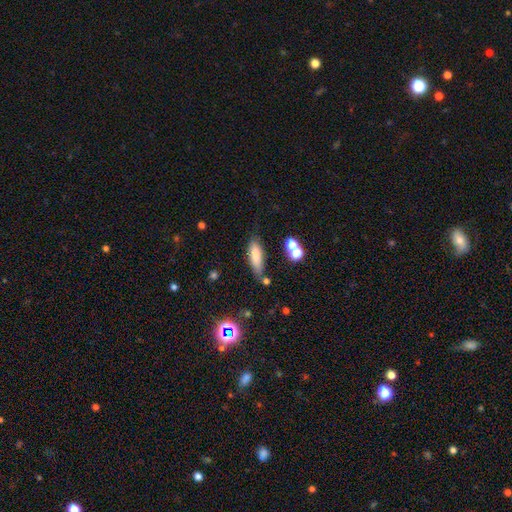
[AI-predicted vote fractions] This is likely a smooth galaxy (77%). How rounded: possibly in between (53%). Merging: likely none (67%).